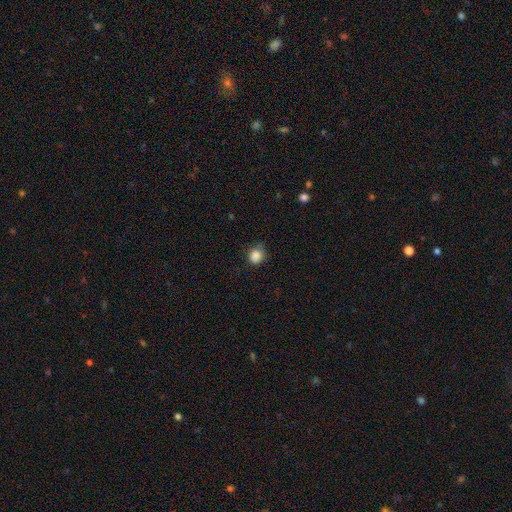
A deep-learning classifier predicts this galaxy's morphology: Smooth or featured: smooth — 87% (star or artifact — 10%)
How rounded: round — 73% (in between — 26%)
Merging: none — 64% (minor disturbance — 29%)